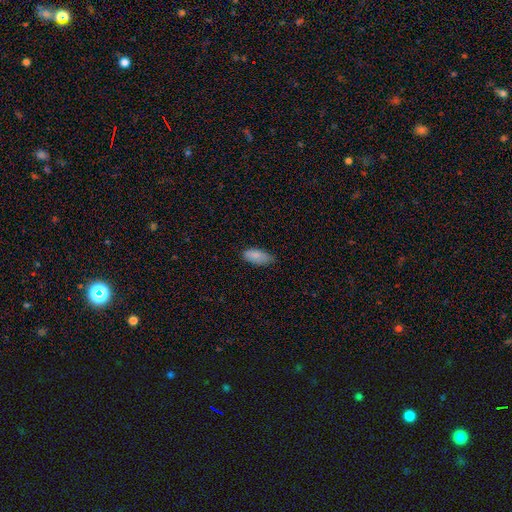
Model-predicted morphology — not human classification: type=smooth (86%); roundness=in between (87%); merging=none (64%).